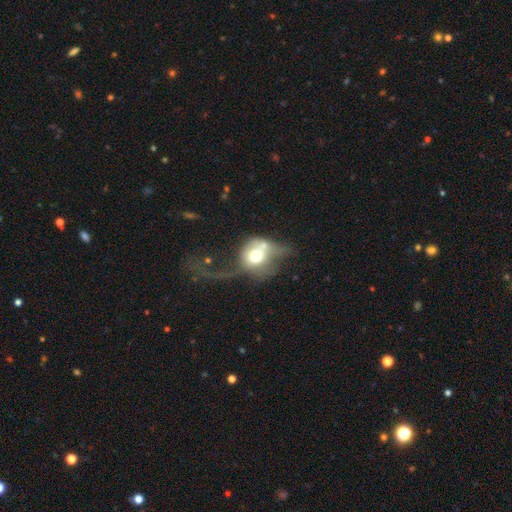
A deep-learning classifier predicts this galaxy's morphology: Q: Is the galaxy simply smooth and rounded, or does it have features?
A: smooth — 55%.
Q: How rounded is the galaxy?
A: round — 70%.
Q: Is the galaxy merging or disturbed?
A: major disturbance — 50%.